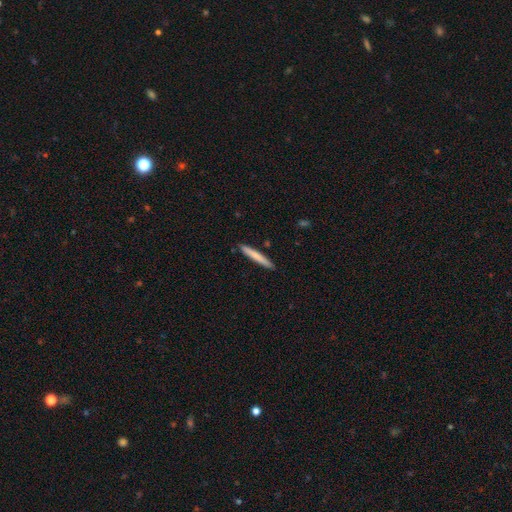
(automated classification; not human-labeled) smooth_or_featured: smooth (p=0.75) [alt: featured or disk p=0.20]
how_rounded: cigar-shaped (p=0.96) [alt: in between p=0.03]
merging: none (p=0.91) [alt: minor disturbance p=0.07]